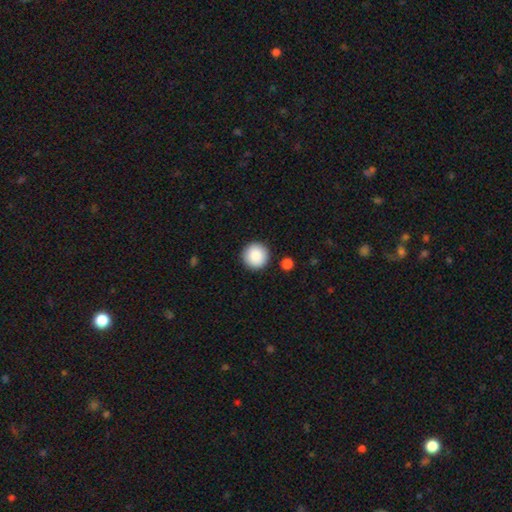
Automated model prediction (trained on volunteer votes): smooth 88%, star or artifact 7%, featured or disk 4%. Down the decision tree: how rounded — round (96%); merging — none (91%).